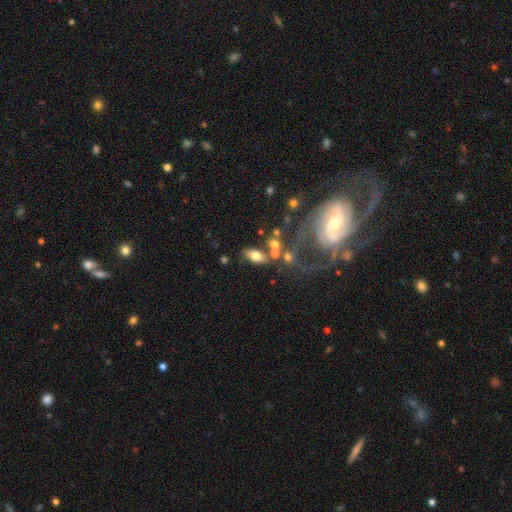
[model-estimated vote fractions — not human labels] Smooth or featured?
  - smooth: 67% *
  - featured or disk: 23%
  - star or artifact: 9%
How rounded?
  - in between: 88% *
  - cigar-shaped: 6%
  - round: 6%
Merging?
  - none: 58% *
  - merger: 20%
  - minor disturbance: 15%
  - major disturbance: 7%